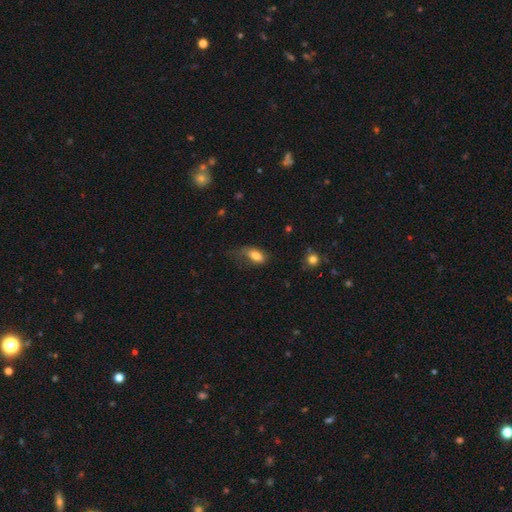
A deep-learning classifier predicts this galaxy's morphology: This appears to be a smooth galaxy with no disk features (78%) that is in between round and cigar-shaped (86%). Merging: none (35%).